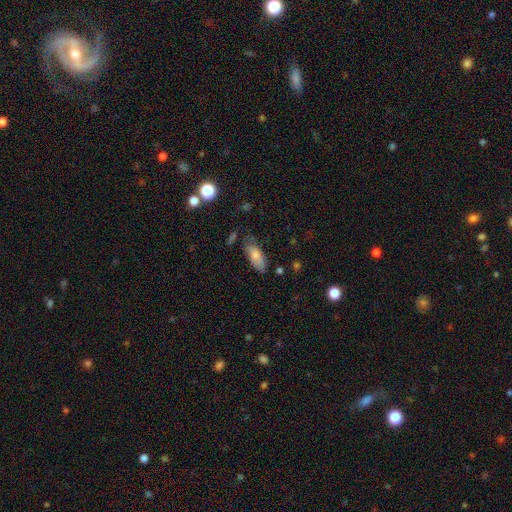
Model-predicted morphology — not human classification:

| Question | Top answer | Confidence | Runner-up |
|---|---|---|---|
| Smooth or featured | smooth | 76% | featured or disk (16%) |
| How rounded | in between | 84% | cigar-shaped (13%) |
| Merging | none | 55% | minor disturbance (31%) |